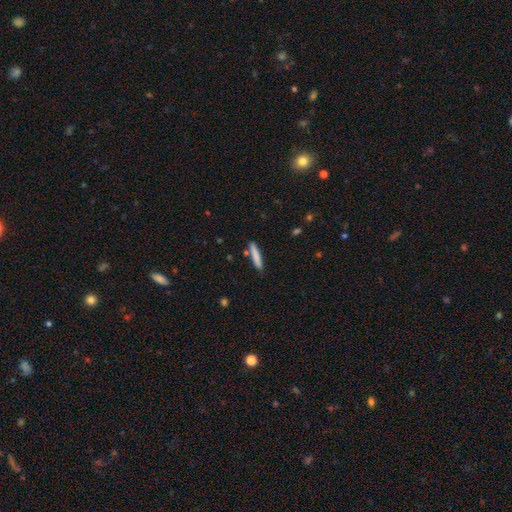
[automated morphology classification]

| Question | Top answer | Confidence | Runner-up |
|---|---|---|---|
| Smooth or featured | smooth | 81% | featured or disk (12%) |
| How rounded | cigar-shaped | 92% | in between (6%) |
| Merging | none | 85% | minor disturbance (9%) |